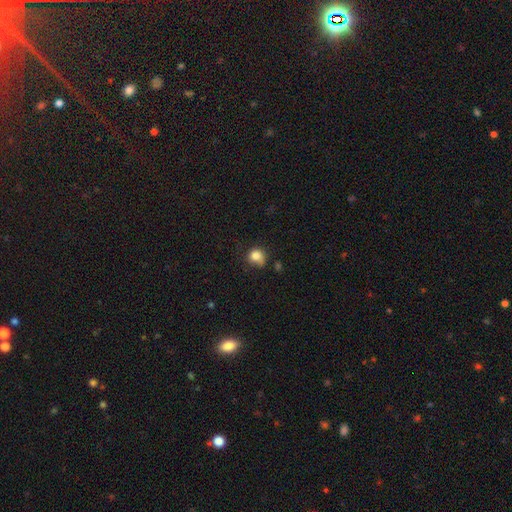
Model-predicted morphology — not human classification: smooth 82%, star or artifact 10%, featured or disk 8%. Down the decision tree: how rounded — round (79%); merging — none (52%).